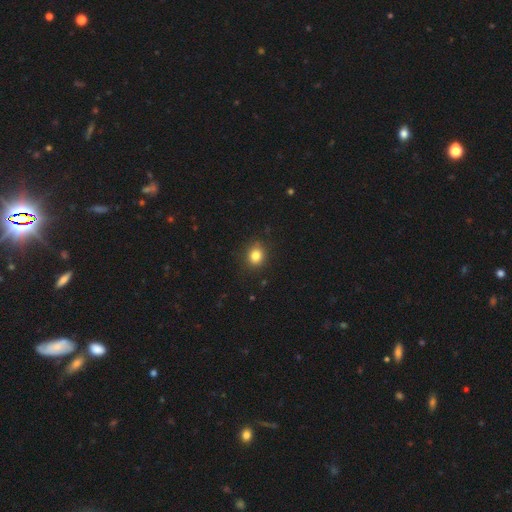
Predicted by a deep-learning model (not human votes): Smooth or featured?
  - smooth: 83% *
  - star or artifact: 11%
  - featured or disk: 6%
How rounded?
  - round: 69% *
  - in between: 30%
  - cigar-shaped: 1%
Merging?
  - none: 86% *
  - minor disturbance: 10%
  - major disturbance: 2%
  - merger: 1%